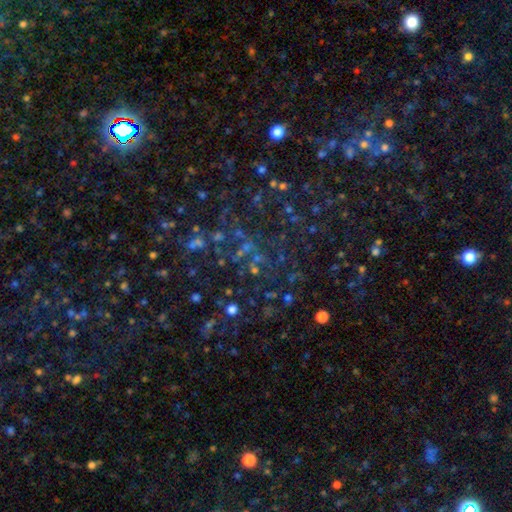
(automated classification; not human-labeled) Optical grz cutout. It shows a star or artifact, not a galaxy (64%).